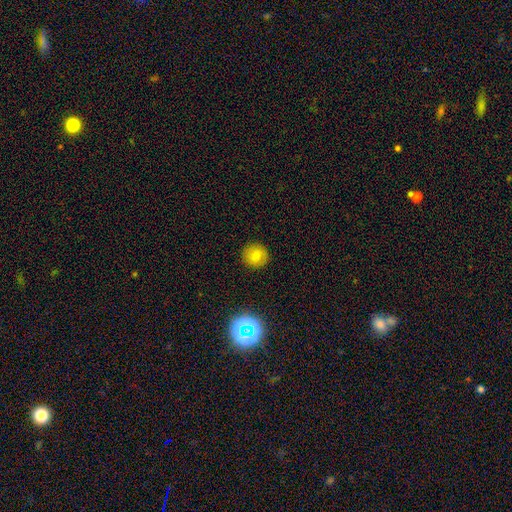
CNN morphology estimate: A smooth galaxy with no disk features (72%) that is round (93%). Merging: none (91%).